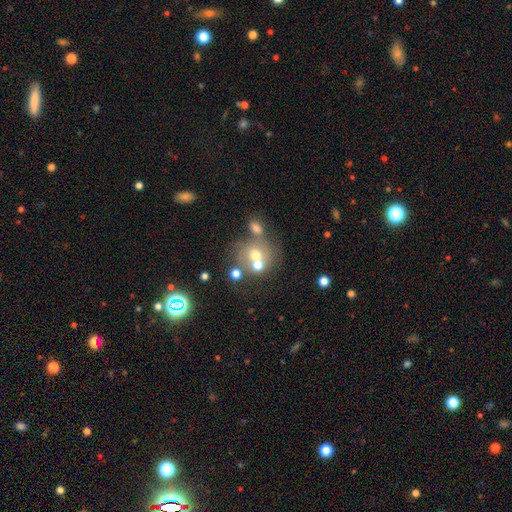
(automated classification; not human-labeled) Smooth or featured: smooth — 59% (featured or disk — 26%)
How rounded: round — 77% (in between — 22%)
Merging: merger — 43% (none — 39%)